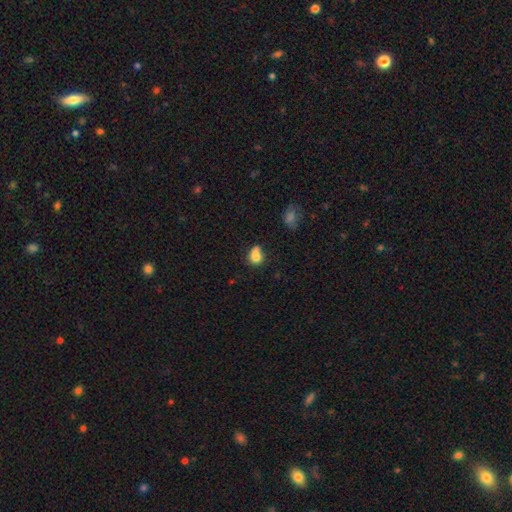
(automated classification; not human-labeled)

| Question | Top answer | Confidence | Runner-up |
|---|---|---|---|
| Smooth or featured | smooth | 77% | featured or disk (11%) |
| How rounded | in between | 61% | round (37%) |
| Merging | none | 37% | minor disturbance (28%) |